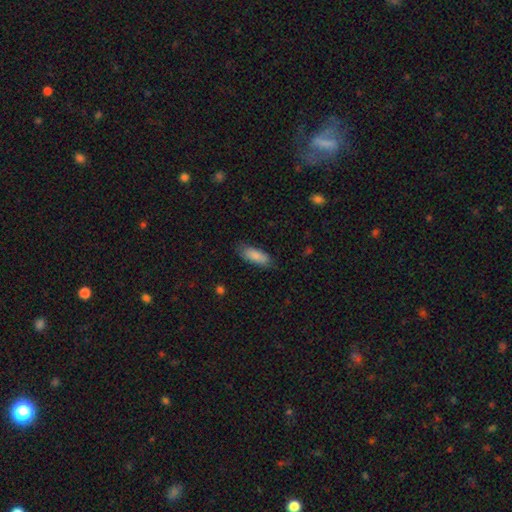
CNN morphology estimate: type=smooth (86%); roundness=in between (71%); merging=none (78%).